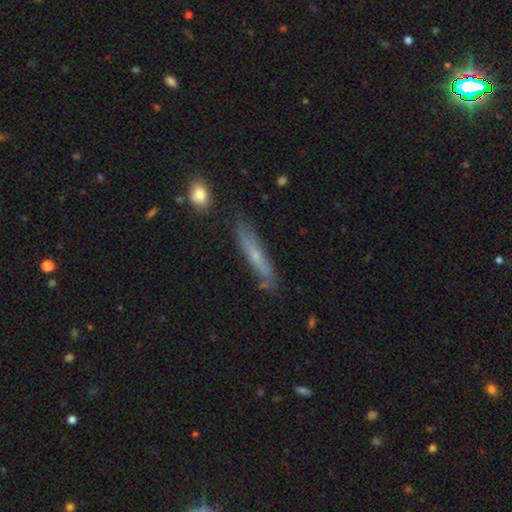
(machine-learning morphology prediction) This appears to be a smooth galaxy with no disk features (47%). Merging: none (75%).